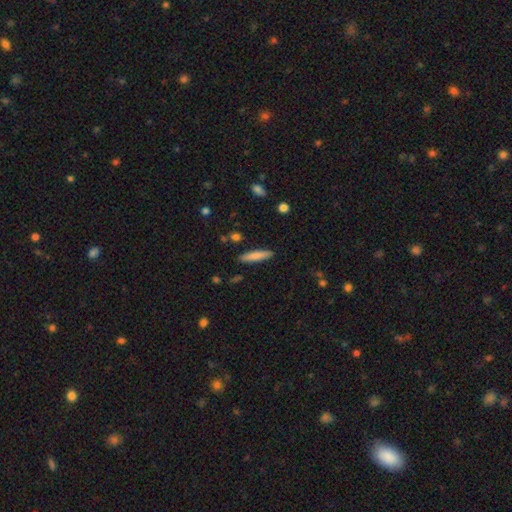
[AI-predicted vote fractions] A smooth galaxy with no disk features (78%) that is cigar-shaped (86%). Merging: none (89%).